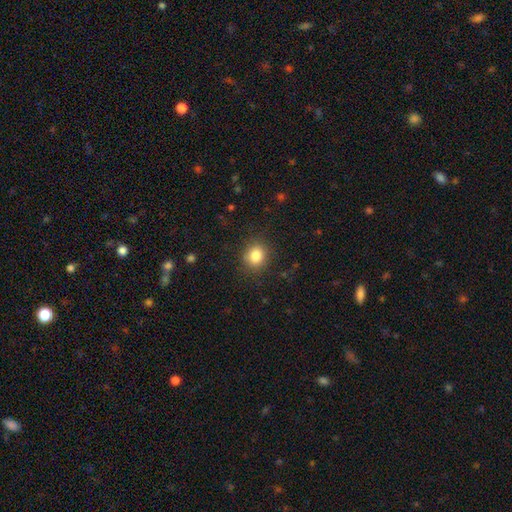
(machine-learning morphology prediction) Smooth or featured?
  - smooth: 83% *
  - star or artifact: 11%
  - featured or disk: 6%
How rounded?
  - round: 75% *
  - in between: 24%
  - cigar-shaped: 1%
Merging?
  - none: 85% *
  - minor disturbance: 10%
  - major disturbance: 4%
  - merger: 1%